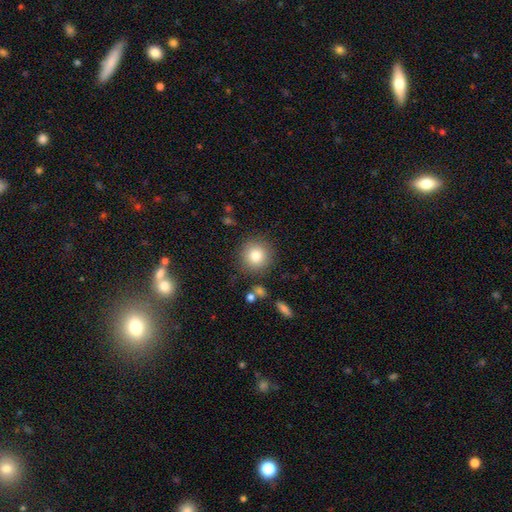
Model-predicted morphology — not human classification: This appears to be a smooth galaxy with no disk features (80%) that is round (93%). Merging: none (85%).